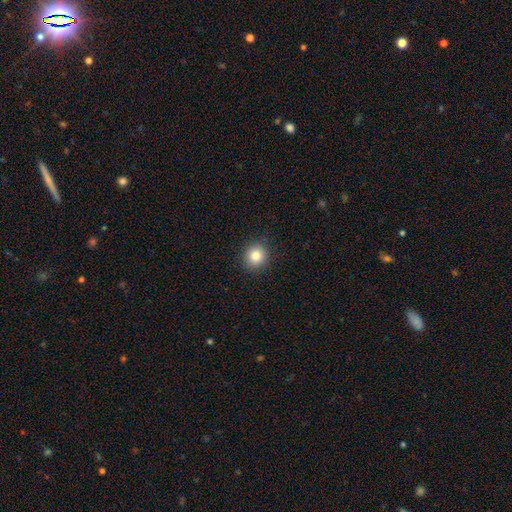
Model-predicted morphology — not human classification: A smooth galaxy with no disk features (83%) that is round (87%).

Vote fractions:
- Smooth or featured? smooth: 83% / star or artifact: 10% / featured or disk: 6%
- How rounded? round: 87% / in between: 12% / cigar-shaped: 1%
- Merging? none: 90% / minor disturbance: 7% / major disturbance: 2% / merger: 1%